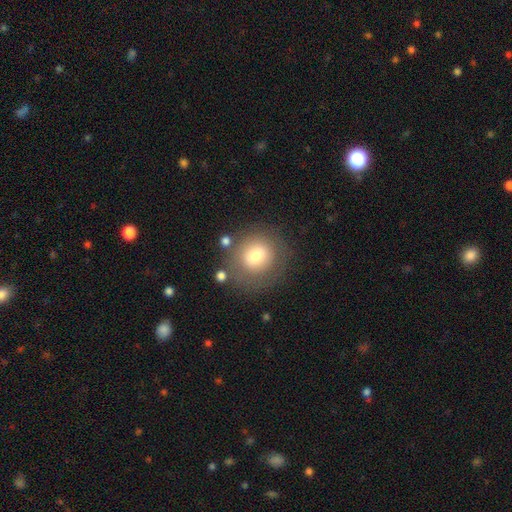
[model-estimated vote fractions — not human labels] The model was most divided on "smooth or featured": smooth: 73%, featured or disk: 18%, star or artifact: 9%. More confident: how rounded — round (80%); merging — none (74%).